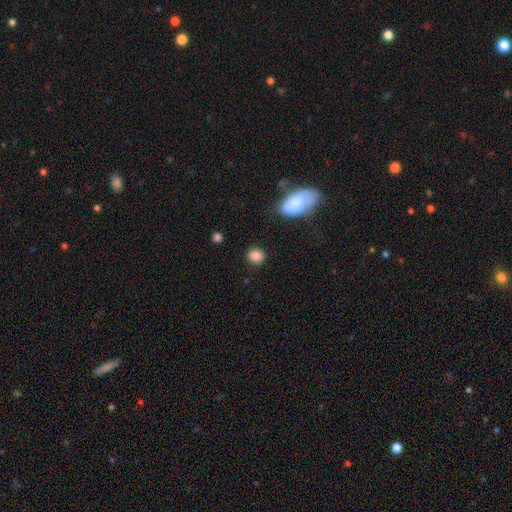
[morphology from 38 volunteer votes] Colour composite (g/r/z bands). It shows a smooth galaxy with no disk features (89%) that is round (79%). Merging: none (83%).